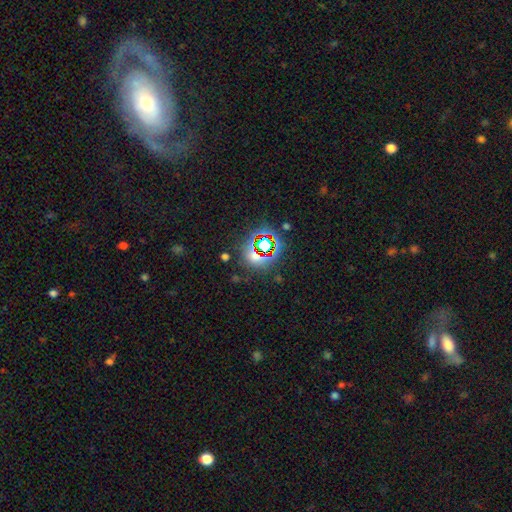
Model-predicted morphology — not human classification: Smooth or featured? Predicted: star or artifact (p=0.57).